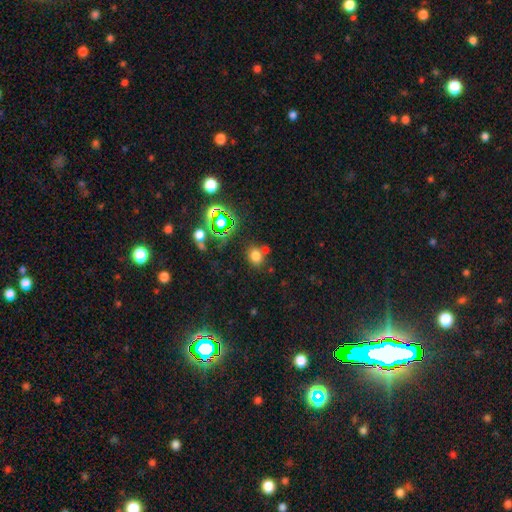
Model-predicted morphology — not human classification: Overall: smooth (70%). How rounded: round (53%; in between 46%). Merging: none (68%).